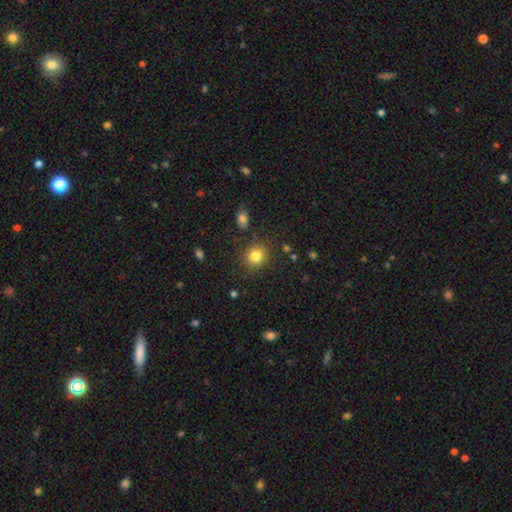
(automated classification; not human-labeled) Smooth or featured? smooth (83%)
How rounded? round (79%)
Merging? none (85%)